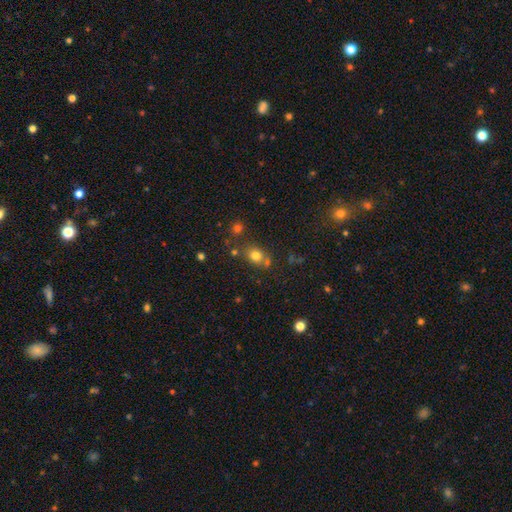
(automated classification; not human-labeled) smooth 75%, star or artifact 15%, featured or disk 9%. Down the decision tree: how rounded — round (61%); merging — none (64%).